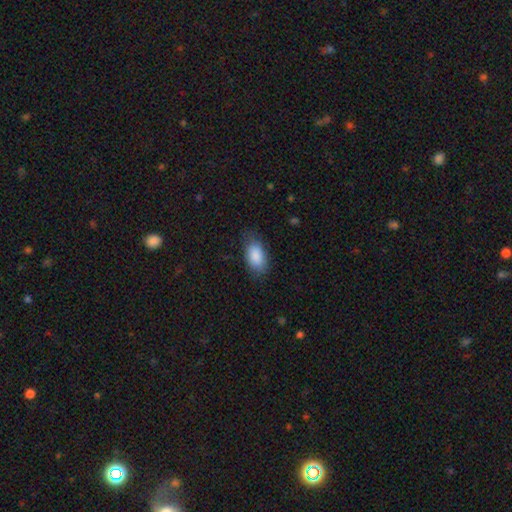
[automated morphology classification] The model was most divided on "merging": none: 75%, minor disturbance: 19%, major disturbance: 5%, merger: 1%. More confident: how rounded — in between (93%); smooth or featured — smooth (88%).